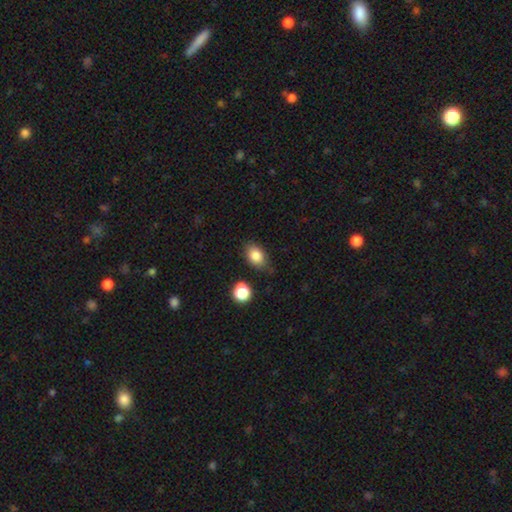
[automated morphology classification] type=smooth (85%); roundness=in between (78%); merging=none (76%).